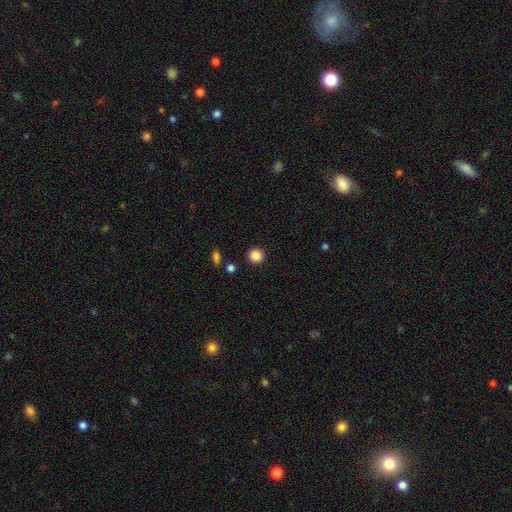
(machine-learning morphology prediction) The model was most divided on "smooth or featured": smooth: 87%, star or artifact: 10%, featured or disk: 3%. More confident: how rounded — round (93%); merging — none (91%).